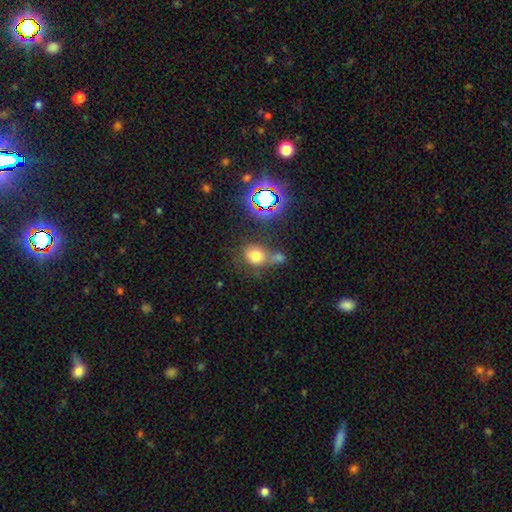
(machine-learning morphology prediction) Smooth or featured?
  - smooth: 71% *
  - star or artifact: 18%
  - featured or disk: 11%
How rounded?
  - round: 63% *
  - in between: 35%
  - cigar-shaped: 2%
Merging?
  - none: 43% *
  - merger: 34%
  - minor disturbance: 15%
  - major disturbance: 8%